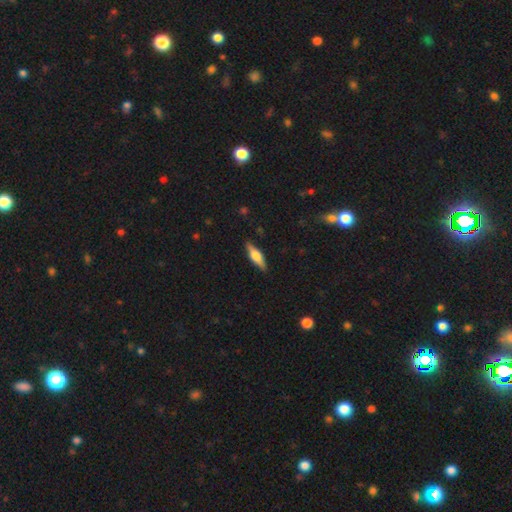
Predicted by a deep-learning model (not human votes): The model was most divided on "smooth or featured": featured or disk: 51%, smooth: 43%, star or artifact: 6%. More confident: edge-on disk — yes (94%); merging — none (87%).